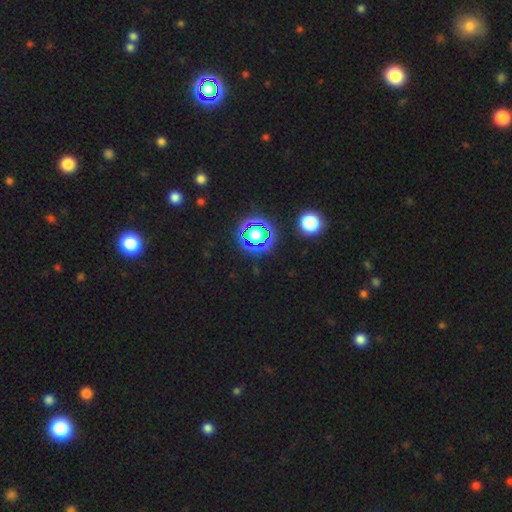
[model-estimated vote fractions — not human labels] smooth_or_featured: star or artifact (p=0.79) [alt: smooth p=0.14]